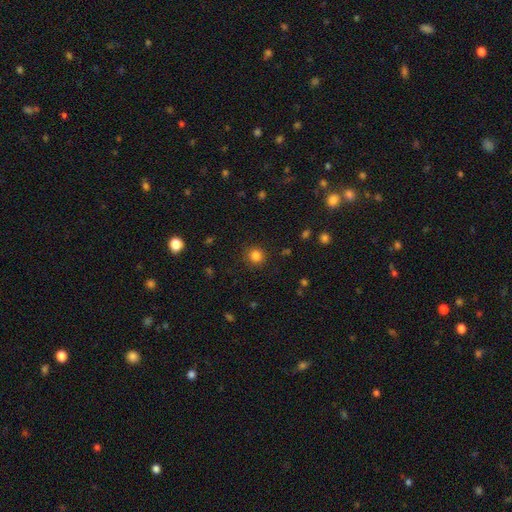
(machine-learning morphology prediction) Smooth or featured?
  - smooth: 83% *
  - star or artifact: 13%
  - featured or disk: 5%
How rounded?
  - round: 91% *
  - in between: 8%
  - cigar-shaped: 1%
Merging?
  - none: 89% *
  - minor disturbance: 7%
  - major disturbance: 3%
  - merger: 1%